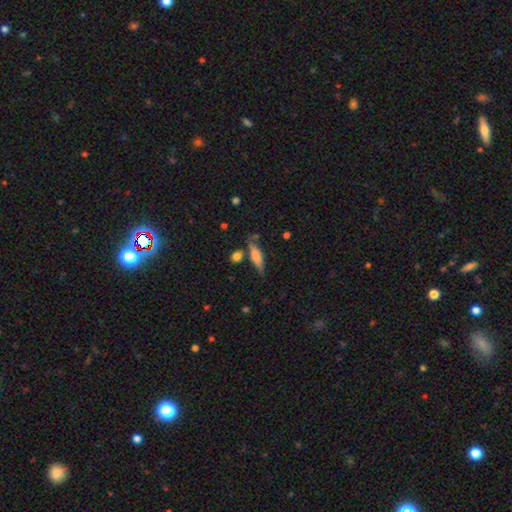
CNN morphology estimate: smooth-or-featured: smooth: 60% | featured or disk: 33% | star or artifact: 7%
  how-rounded: cigar-shaped: 64% | in between: 33% | round: 3%
  merging: none: 69% | minor disturbance: 18% | merger: 9% | major disturbance: 5%